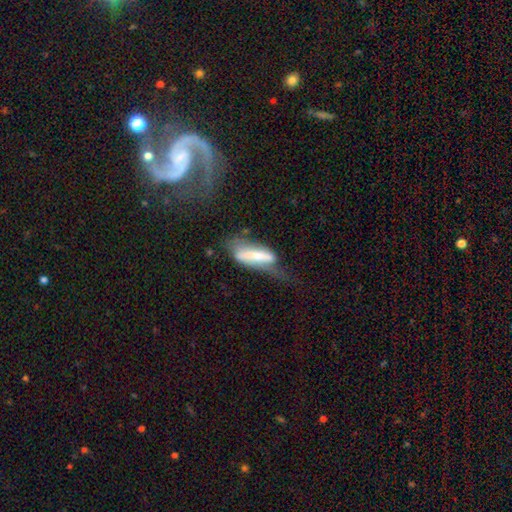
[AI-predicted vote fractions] Q: Smooth or featured?
A: featured or disk (51%); runner-up: smooth (43%)
Q: Edge-on disk?
A: no (68%); runner-up: yes (32%)
Q: Merging?
A: major disturbance (41%); runner-up: none (27%)